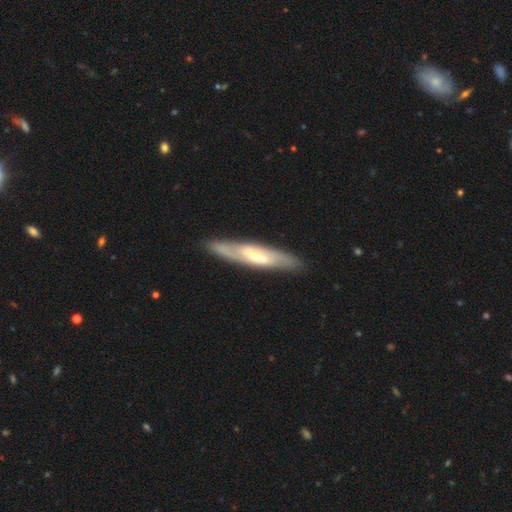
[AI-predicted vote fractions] The model was most divided on "edge-on disk": no: 54%, yes: 46%. More confident: merging — none (84%); smooth or featured — featured or disk (63%).